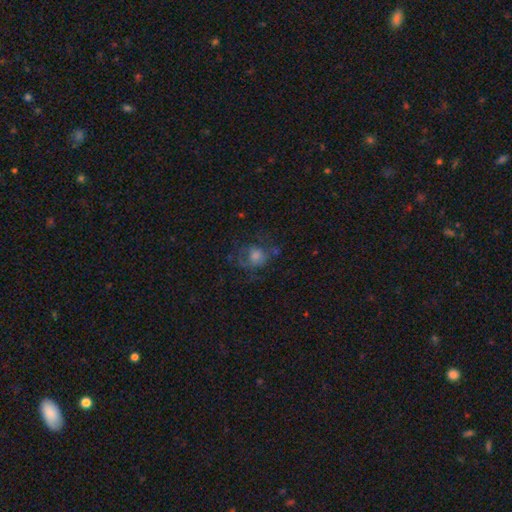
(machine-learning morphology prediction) Smooth or featured? smooth (46%)
Merging? none (48%)